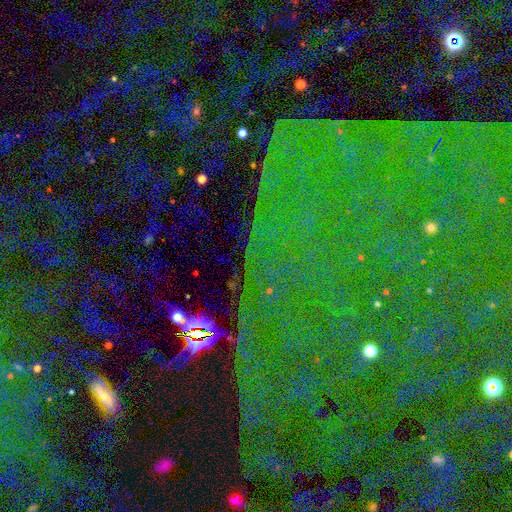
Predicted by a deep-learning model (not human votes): Smooth or featured? Predicted: star or artifact (p=0.83).